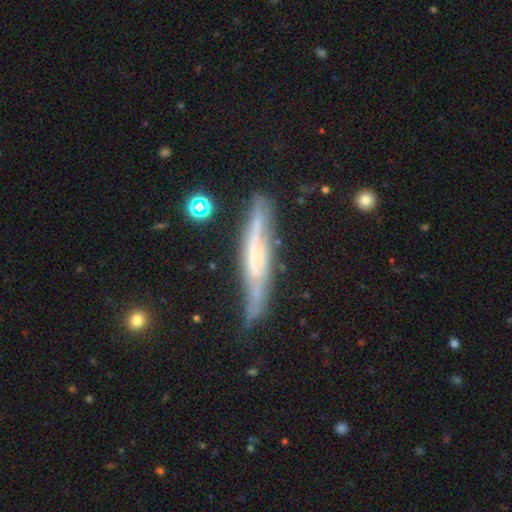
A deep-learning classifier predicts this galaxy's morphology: Q: Smooth or featured?
A: featured or disk (69%); runner-up: smooth (24%)
Q: Edge-on disk?
A: yes (80%); runner-up: no (20%)
Q: Edge-on bulge?
A: none (51%); runner-up: rounded (25%)
Q: Merging?
A: none (71%); runner-up: minor disturbance (21%)